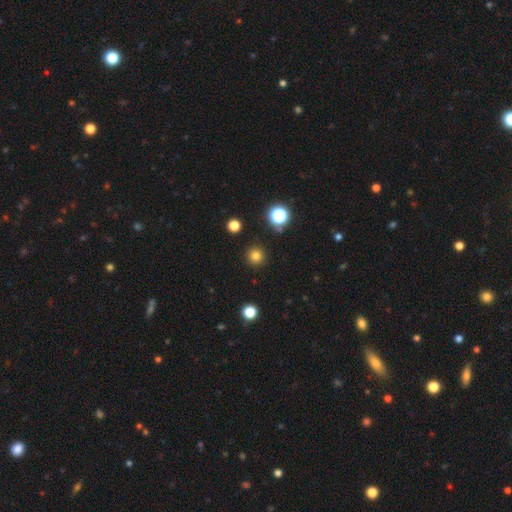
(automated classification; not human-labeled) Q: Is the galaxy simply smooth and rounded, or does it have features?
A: smooth — 79%.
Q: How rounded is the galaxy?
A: round — 96%.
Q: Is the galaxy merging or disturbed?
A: none — 91%.